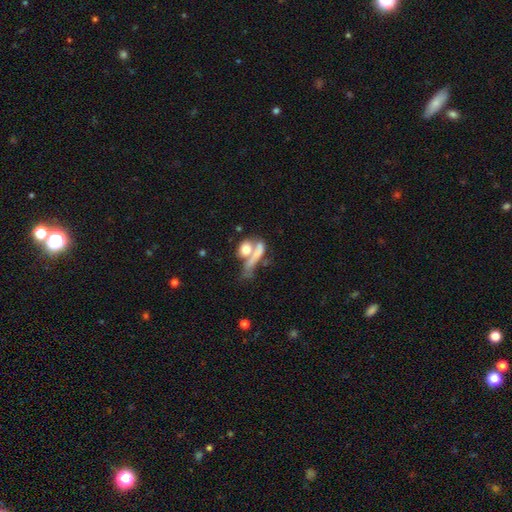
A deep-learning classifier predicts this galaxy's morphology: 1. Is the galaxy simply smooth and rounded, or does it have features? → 62% smooth, 28% featured or disk, 10% star or artifact.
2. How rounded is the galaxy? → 41% in between, 34% cigar-shaped, 25% round.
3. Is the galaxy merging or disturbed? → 50% merger, 26% none, 14% major disturbance, 10% minor disturbance.